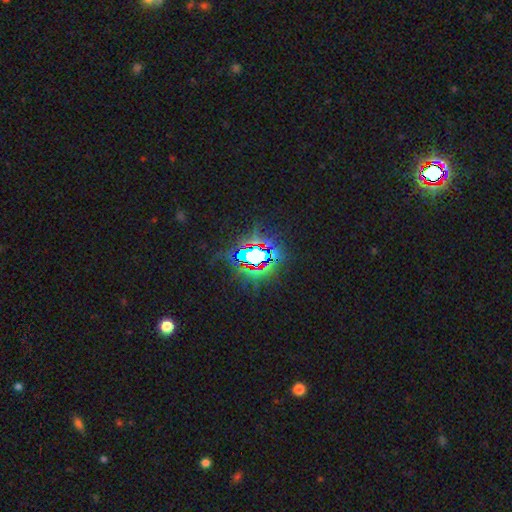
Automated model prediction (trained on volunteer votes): Smooth or featured: star or artifact — 76% (smooth — 13%)